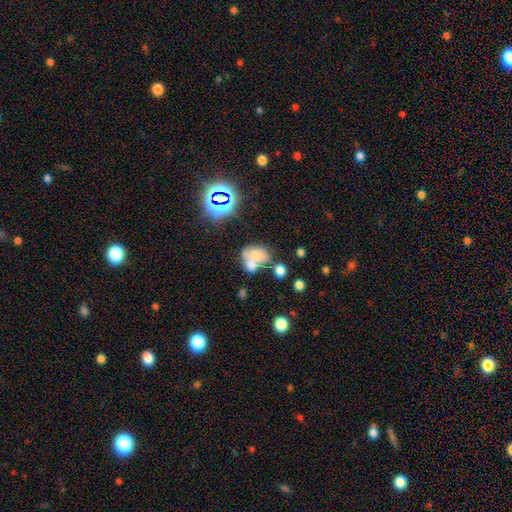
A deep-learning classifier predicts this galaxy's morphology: A smooth galaxy with no disk features (60%) that is in between round and cigar-shaped (60%).

Vote fractions:
- Smooth or featured? smooth: 60% / featured or disk: 24% / star or artifact: 16%
- How rounded? in between: 60% / round: 39% / cigar-shaped: 1%
- Merging? merger: 59% / none: 24% / minor disturbance: 10% / major disturbance: 7%